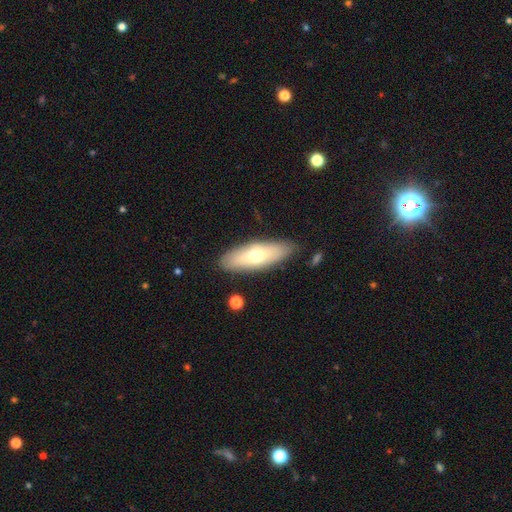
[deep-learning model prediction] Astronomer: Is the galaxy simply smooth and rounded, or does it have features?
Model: smooth — 63%.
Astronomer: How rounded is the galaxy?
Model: in between — 62%.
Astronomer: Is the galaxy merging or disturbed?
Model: none — 84%.